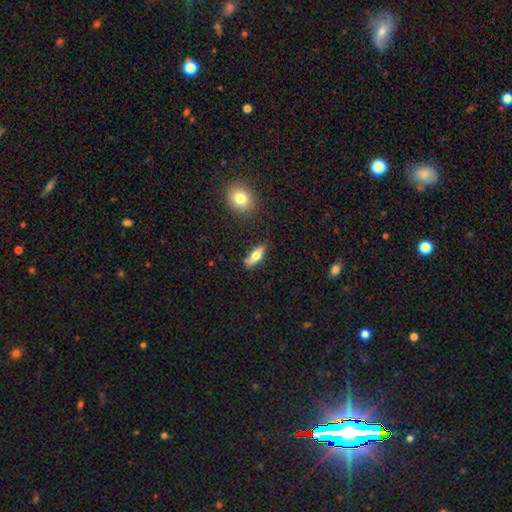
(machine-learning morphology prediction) Overall: smooth (59%; featured or disk 34%). How rounded: in between (55%; cigar-shaped 41%). Merging: none (78%).